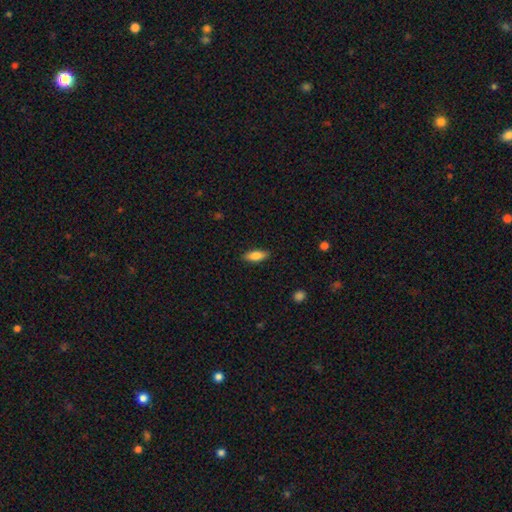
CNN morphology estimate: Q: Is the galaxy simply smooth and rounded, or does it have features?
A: smooth — 79%.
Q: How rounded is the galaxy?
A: in between — 73%.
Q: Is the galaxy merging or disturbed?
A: none — 87%.